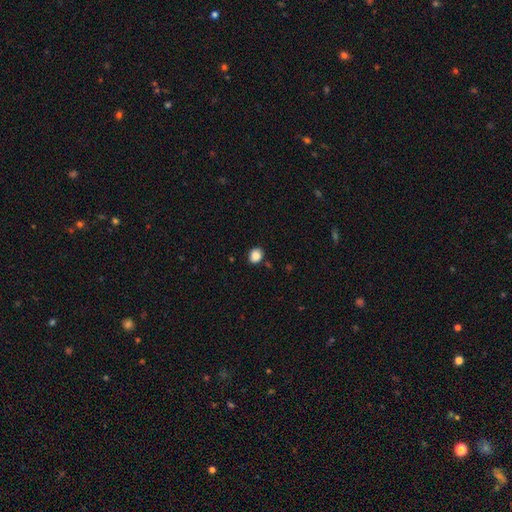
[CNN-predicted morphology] smooth 87%, star or artifact 9%, featured or disk 4%. Down the decision tree: how rounded — round (58%); merging — none (83%).